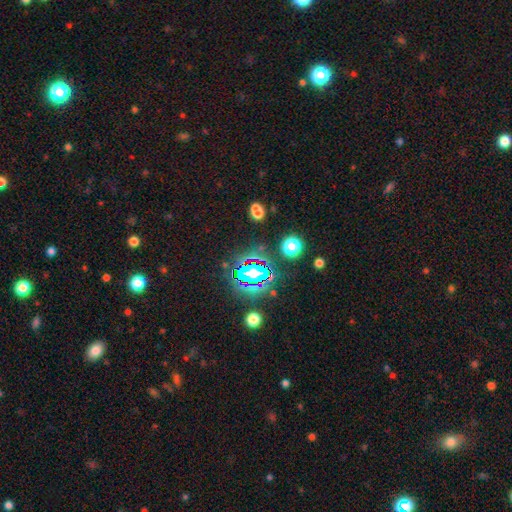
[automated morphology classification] A star or artifact, not a galaxy (73%).